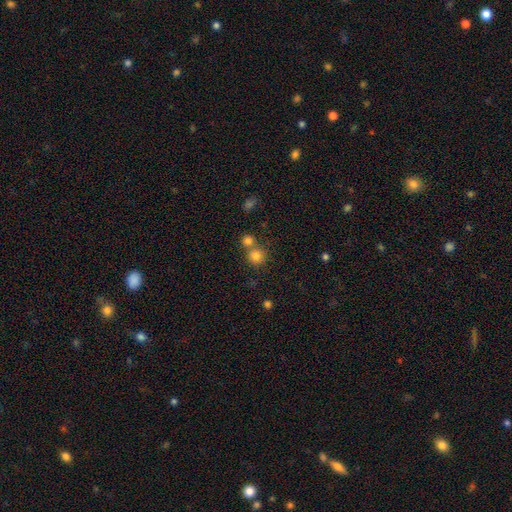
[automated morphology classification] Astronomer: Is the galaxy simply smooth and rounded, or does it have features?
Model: smooth — 81%.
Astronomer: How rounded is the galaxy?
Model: round — 91%.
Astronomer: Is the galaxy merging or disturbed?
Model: none — 60%.